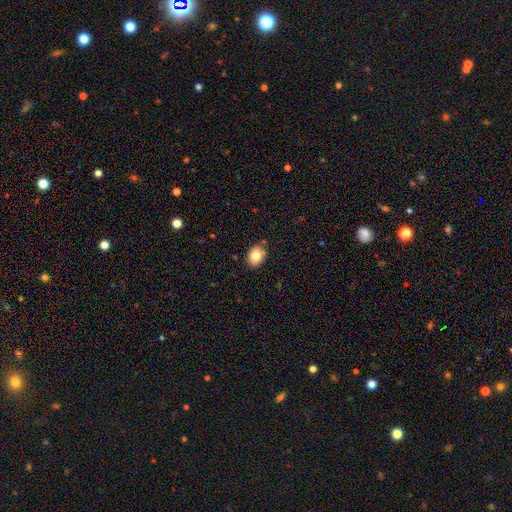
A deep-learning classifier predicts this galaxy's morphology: smooth 81%, featured or disk 10%, star or artifact 9%. Down the decision tree: how rounded — in between (55%); merging — none (83%).